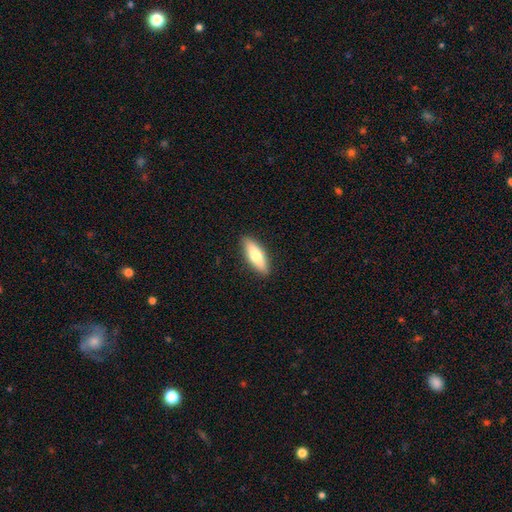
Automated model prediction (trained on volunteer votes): smooth_or_featured: smooth (p=0.68) [alt: featured or disk p=0.27]
how_rounded: in between (p=0.52) [alt: cigar-shaped p=0.46]
merging: none (p=0.89) [alt: minor disturbance p=0.08]